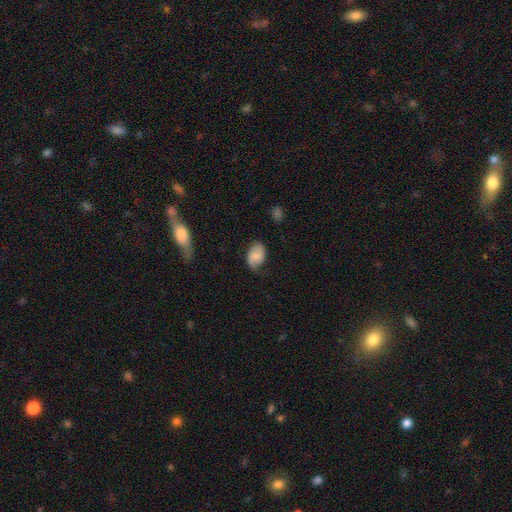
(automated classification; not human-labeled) Smooth or featured?
  - smooth: 74% *
  - featured or disk: 19%
  - star or artifact: 7%
How rounded?
  - in between: 86% *
  - round: 13%
  - cigar-shaped: 1%
Merging?
  - none: 66% *
  - minor disturbance: 26%
  - major disturbance: 7%
  - merger: 2%